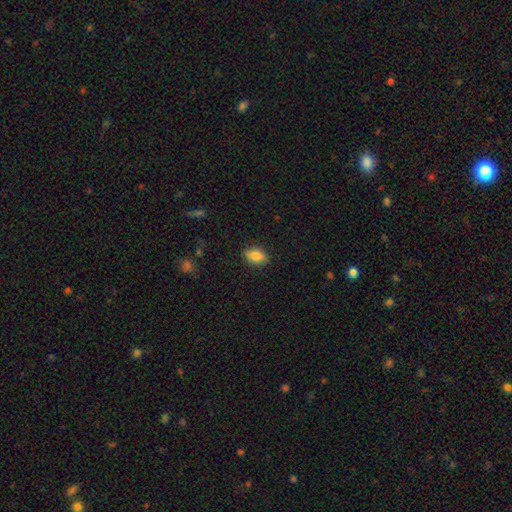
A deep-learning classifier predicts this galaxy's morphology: type=smooth (82%); roundness=in between (86%); merging=none (86%).